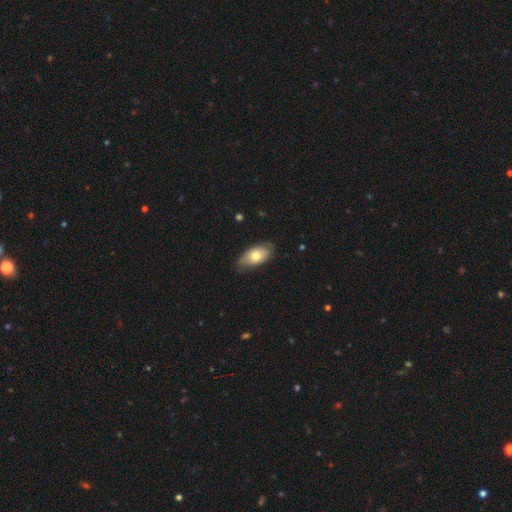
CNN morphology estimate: smooth 67%, featured or disk 27%, star or artifact 6%. Down the decision tree: how rounded — in between (93%); merging — none (70%).